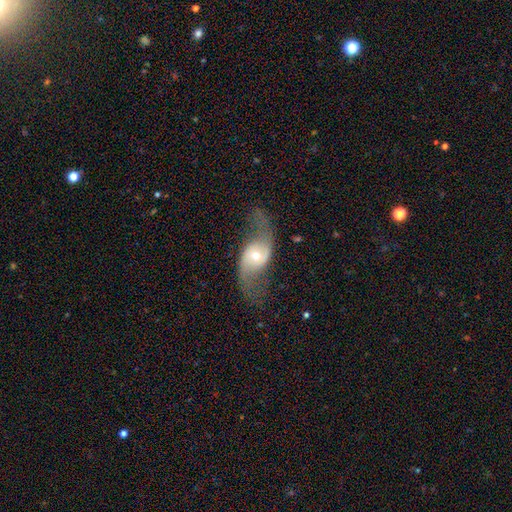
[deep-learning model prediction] Morphology: type=featured or disk (82%); edge-on=no (95%); bar=no (57%); spiral arms=yes (93%); winding=loose (83%); arm count=2 (93%); bulge=moderate (50%); merging=none (65%).